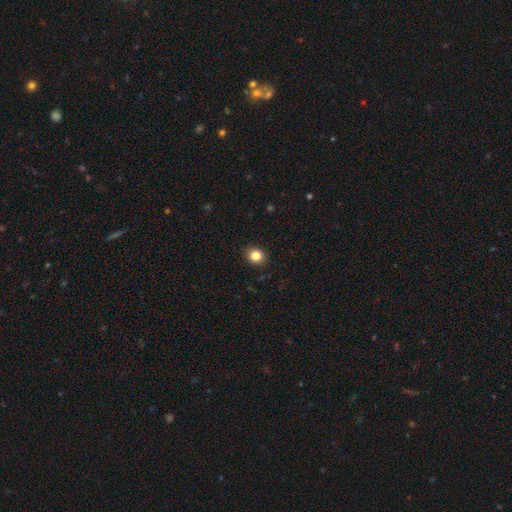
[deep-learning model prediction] smooth 84%, star or artifact 11%, featured or disk 5%. Down the decision tree: how rounded — round (71%); merging — none (91%).